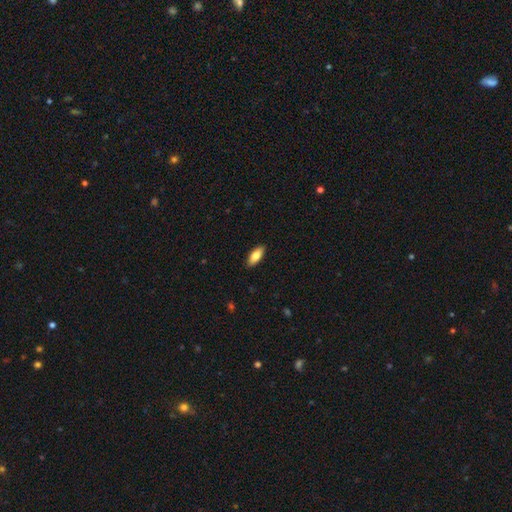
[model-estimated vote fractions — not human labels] Smooth or featured?
  - smooth: 80% *
  - featured or disk: 14%
  - star or artifact: 6%
How rounded?
  - in between: 79% *
  - cigar-shaped: 19%
  - round: 2%
Merging?
  - none: 89% *
  - minor disturbance: 8%
  - major disturbance: 2%
  - merger: 1%